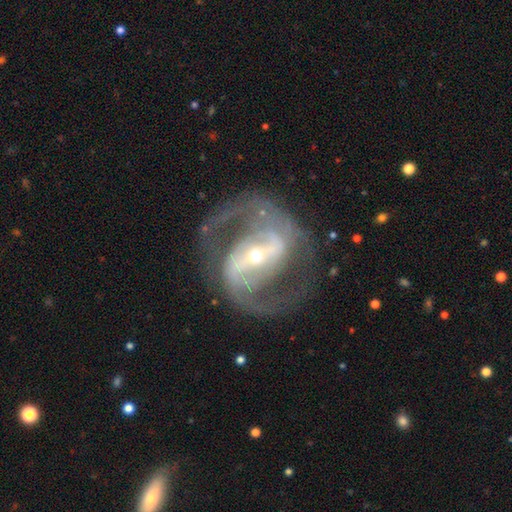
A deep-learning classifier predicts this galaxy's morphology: smooth-or-featured: featured or disk: 90% | star or artifact: 6% | smooth: 4%
  disk-edge-on: no: 96% | yes: 4%
    bar: strong: 61% | weak: 27% | no: 13%
    has-spiral-arms: yes: 95% | no: 5%
      spiral-winding: medium: 59% | loose: 22% | tight: 19%
      spiral-arm-count: 2: 92% | can't tell: 3% | 3: 2% | 1: 1% | 4: 1% | more than 4: 1%
    bulge-size: small: 60% | moderate: 35% | large: 3% | dominant: 1% | none: 1%
  merging: none: 77% | minor disturbance: 12% | major disturbance: 10% | merger: 1%